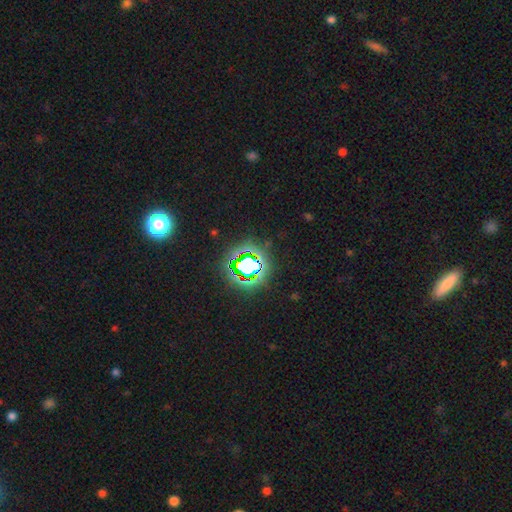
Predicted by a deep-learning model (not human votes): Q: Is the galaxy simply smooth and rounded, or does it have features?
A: star or artifact — 77%.